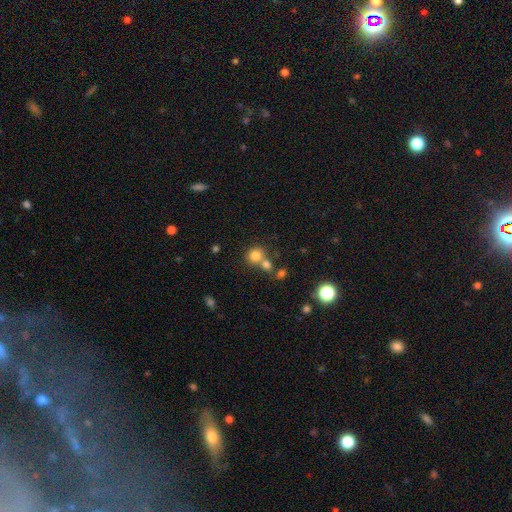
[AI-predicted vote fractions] Smooth or featured: smooth — 78% (star or artifact — 13%)
How rounded: round — 84% (in between — 15%)
Merging: none — 53% (merger — 35%)